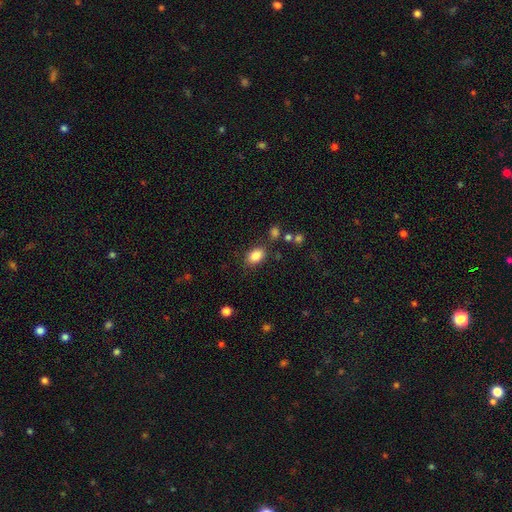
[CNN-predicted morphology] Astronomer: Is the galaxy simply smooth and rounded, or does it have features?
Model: smooth — 85%.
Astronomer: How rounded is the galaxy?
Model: in between — 83%.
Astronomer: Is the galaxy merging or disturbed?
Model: none — 79%.